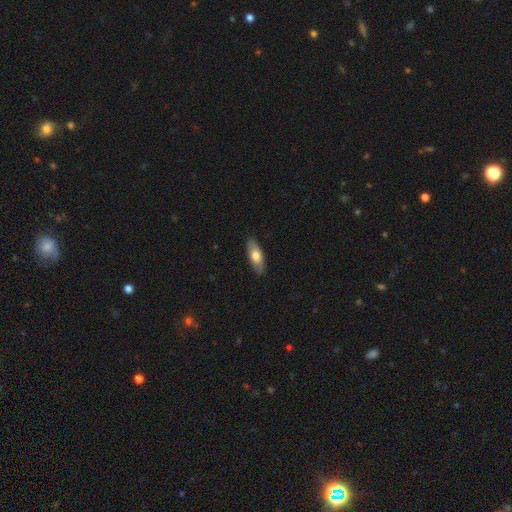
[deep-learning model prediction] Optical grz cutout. It shows a smooth galaxy with no disk features (71%) that is in between round and cigar-shaped (72%). Merging: none (87%).